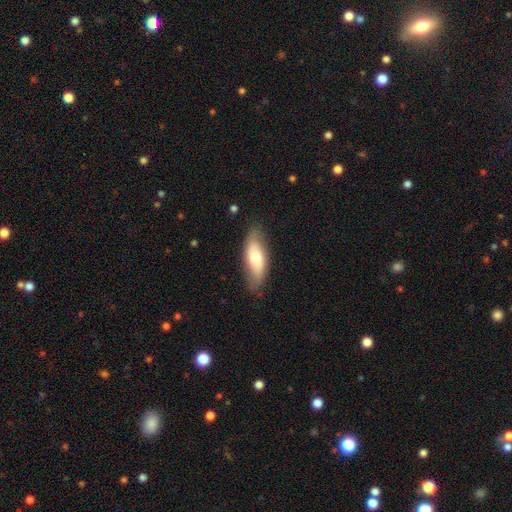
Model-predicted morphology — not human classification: This is possibly a smooth galaxy (60%). How rounded: likely in between (72%). Merging: clearly none (81%).